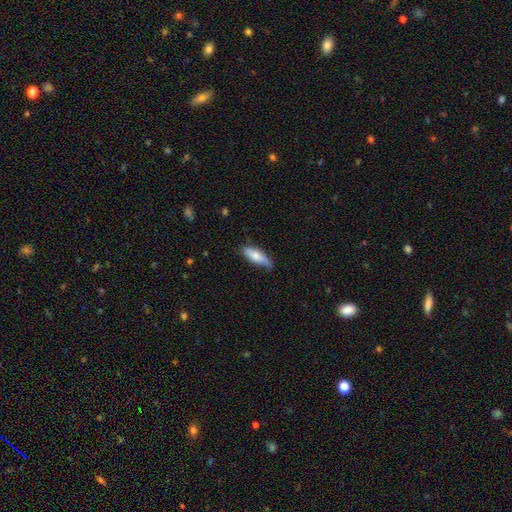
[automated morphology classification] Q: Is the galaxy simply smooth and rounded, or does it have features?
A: smooth — 73%.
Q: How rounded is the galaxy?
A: in between — 63%.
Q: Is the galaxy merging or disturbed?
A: none — 61%.